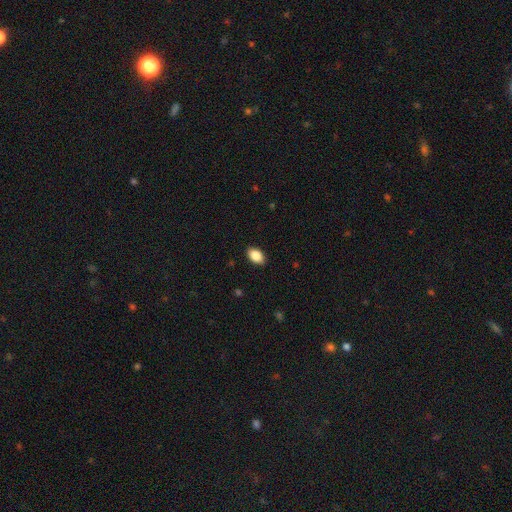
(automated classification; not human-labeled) Q: Smooth or featured?
A: smooth (88%); runner-up: star or artifact (7%)
Q: How rounded?
A: in between (90%); runner-up: round (8%)
Q: Merging?
A: none (89%); runner-up: minor disturbance (8%)